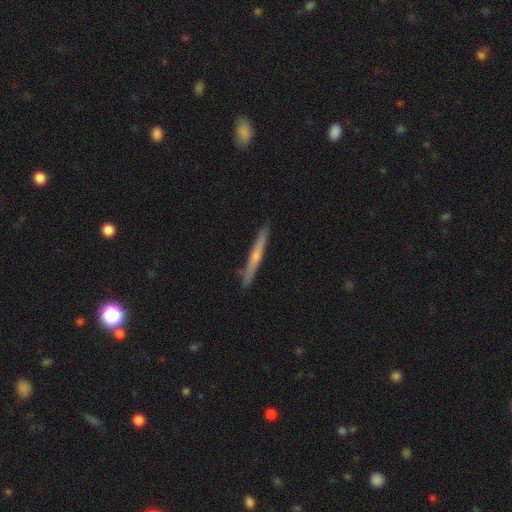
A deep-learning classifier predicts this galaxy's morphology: Smooth or featured?
  - featured or disk: 56% *
  - smooth: 38%
  - star or artifact: 5%
Edge-on disk?
  - yes: 97% *
  - no: 3%
Edge-on bulge?
  - rounded: 52% *
  - none: 43%
  - boxy: 5%
Merging?
  - none: 90% *
  - minor disturbance: 8%
  - major disturbance: 1%
  - merger: 1%